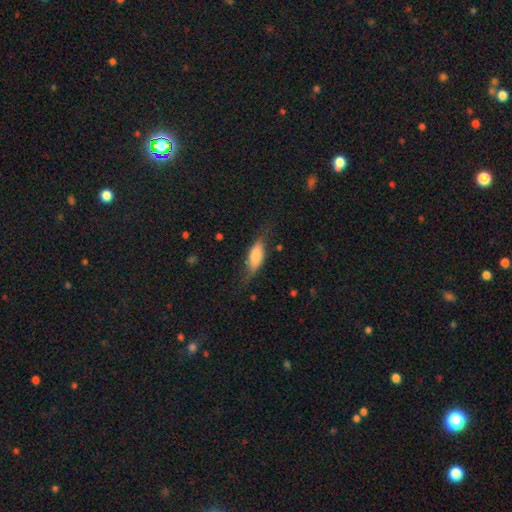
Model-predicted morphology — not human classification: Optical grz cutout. It shows a smooth galaxy with no disk features (61%) that is in between round and cigar-shaped (74%). Merging: none (59%).